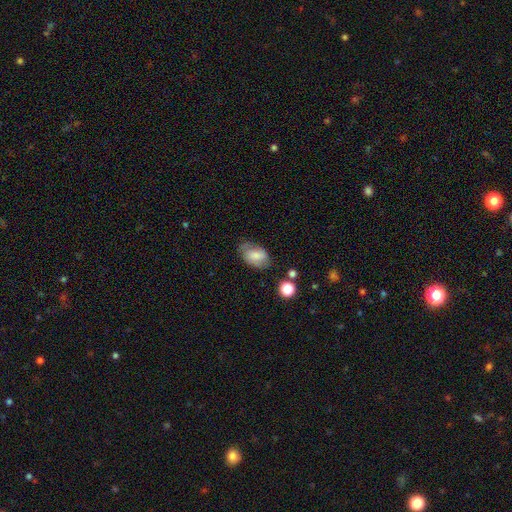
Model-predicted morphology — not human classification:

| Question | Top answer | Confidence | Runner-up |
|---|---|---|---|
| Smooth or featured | smooth | 68% | featured or disk (24%) |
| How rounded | in between | 88% | round (11%) |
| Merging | none | 63% | minor disturbance (26%) |